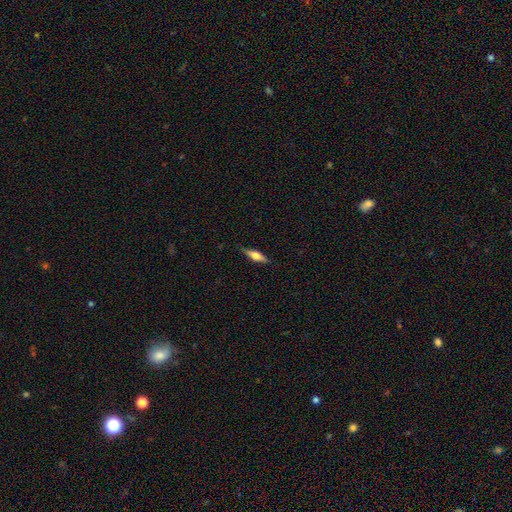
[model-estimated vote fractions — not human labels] Q: Smooth or featured?
A: featured or disk (50%); runner-up: smooth (43%)
Q: Edge-on disk?
A: yes (95%); runner-up: no (5%)
Q: Merging?
A: none (85%); runner-up: minor disturbance (11%)